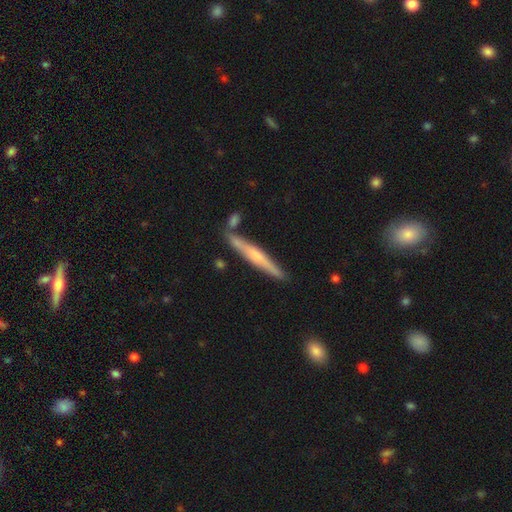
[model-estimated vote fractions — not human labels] This is possibly a featured or disk galaxy (53%). It is clearly viewed edge-on (96%). Edge-on bulge: possibly rounded (48%). Merging: likely none (78%).